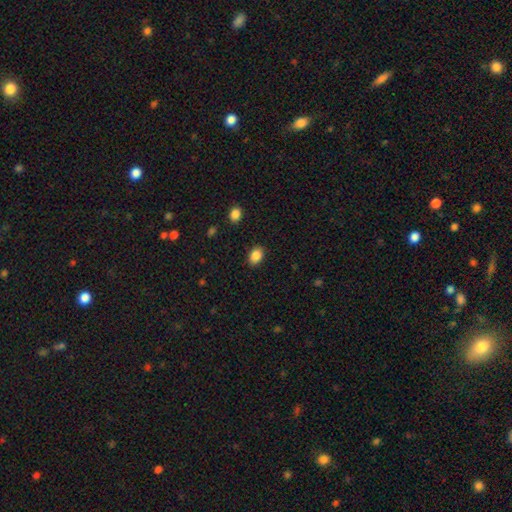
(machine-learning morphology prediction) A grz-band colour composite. It shows a smooth galaxy with no disk features (87%) that is in between round and cigar-shaped (74%). Merging: none (88%).